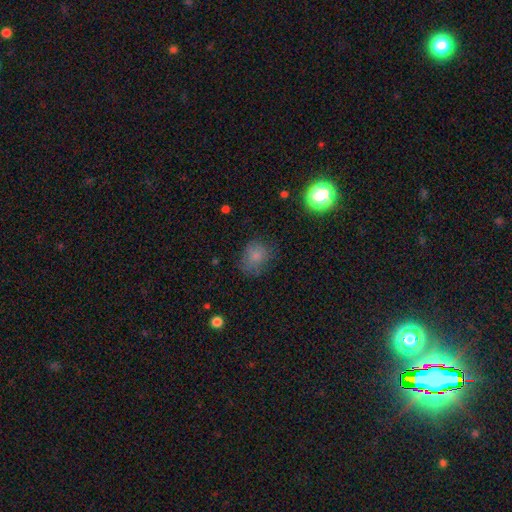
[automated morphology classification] This appears to be a smooth galaxy with no disk features (77%) that is round (57%). Merging: none (64%).